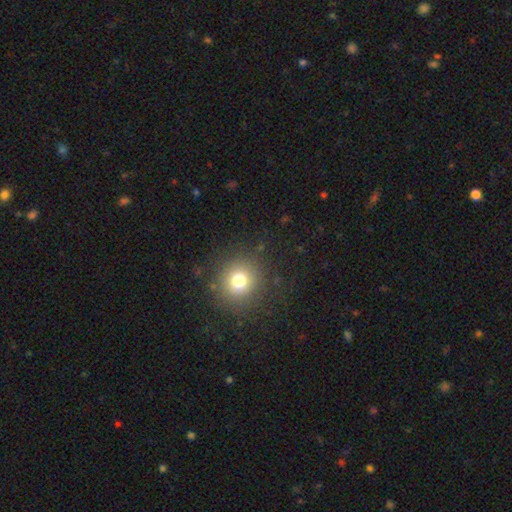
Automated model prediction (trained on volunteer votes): A smooth galaxy with no disk features (67%) that is round (94%). Merging: none (90%).